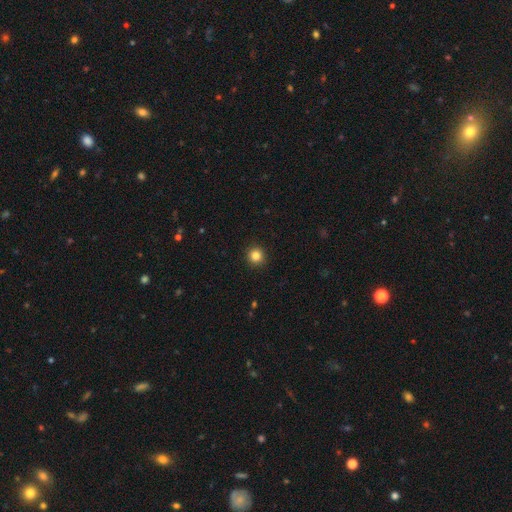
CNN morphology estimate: A smooth galaxy with no disk features (84%) that is round (95%).

Vote fractions:
- Smooth or featured? smooth: 84% / star or artifact: 11% / featured or disk: 5%
- How rounded? round: 95% / in between: 4% / cigar-shaped: 1%
- Merging? none: 93% / minor disturbance: 4% / major disturbance: 2% / merger: 1%